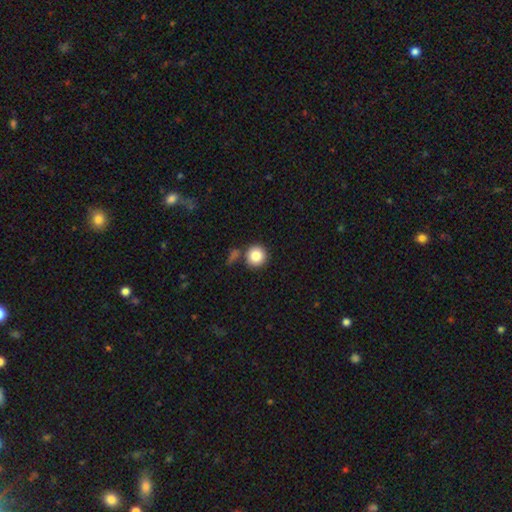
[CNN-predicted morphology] Smooth or featured: smooth — 85% (star or artifact — 9%)
How rounded: round — 93% (in between — 6%)
Merging: none — 75% (merger — 11%)